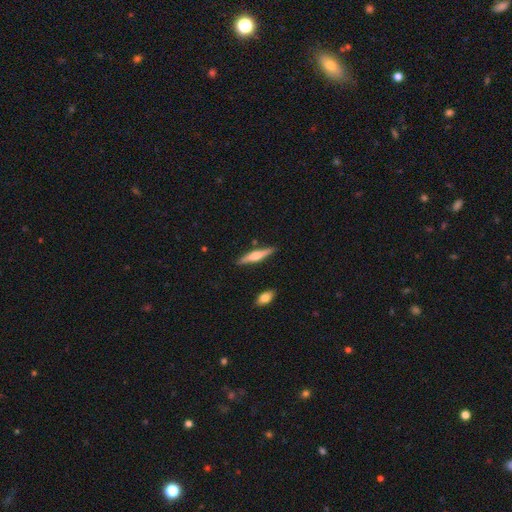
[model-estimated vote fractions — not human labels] Smooth or featured?
  - featured or disk: 52% *
  - smooth: 42%
  - star or artifact: 6%
Edge-on disk?
  - yes: 96% *
  - no: 4%
Merging?
  - none: 86% *
  - minor disturbance: 9%
  - merger: 3%
  - major disturbance: 2%